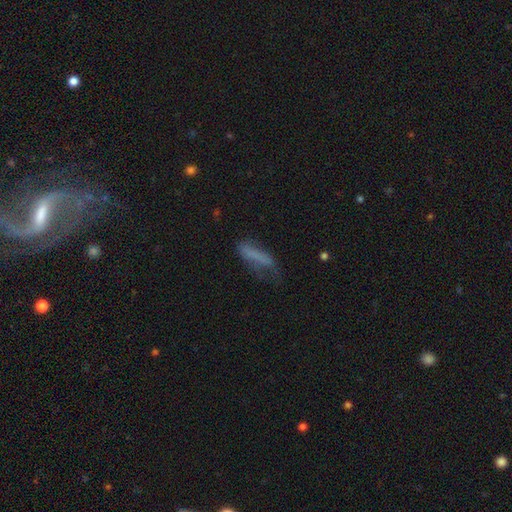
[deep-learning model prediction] Smooth or featured: smooth — 64% (featured or disk — 24%)
How rounded: cigar-shaped — 64% (in between — 33%)
Merging: none — 39% (minor disturbance — 30%)